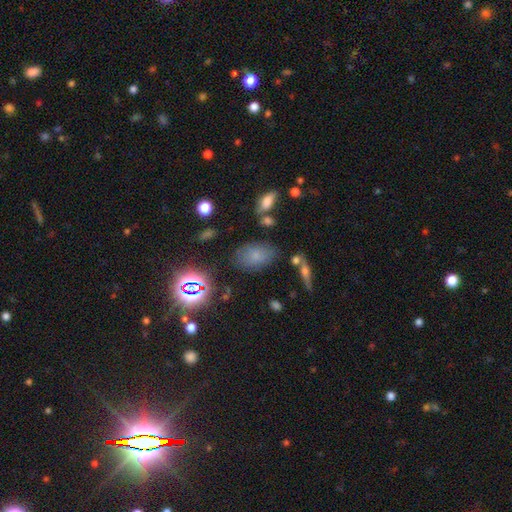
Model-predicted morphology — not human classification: A smooth galaxy with no disk features (66%) that is in between round and cigar-shaped (86%). Merging: none (73%).